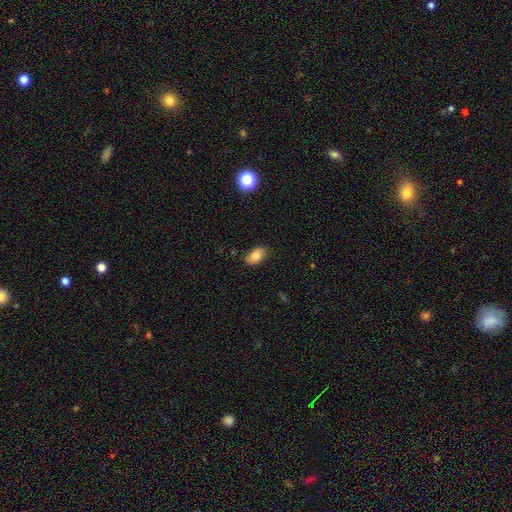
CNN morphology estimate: Q: Smooth or featured?
A: smooth (85%); runner-up: star or artifact (8%)
Q: How rounded?
A: in between (92%); runner-up: round (7%)
Q: Merging?
A: none (82%); runner-up: minor disturbance (14%)